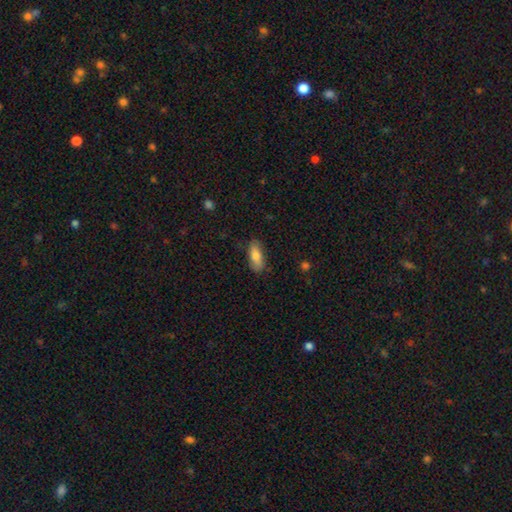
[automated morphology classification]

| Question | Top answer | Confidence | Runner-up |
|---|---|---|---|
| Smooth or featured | smooth | 79% | featured or disk (14%) |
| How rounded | in between | 75% | cigar-shaped (22%) |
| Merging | none | 80% | minor disturbance (15%) |